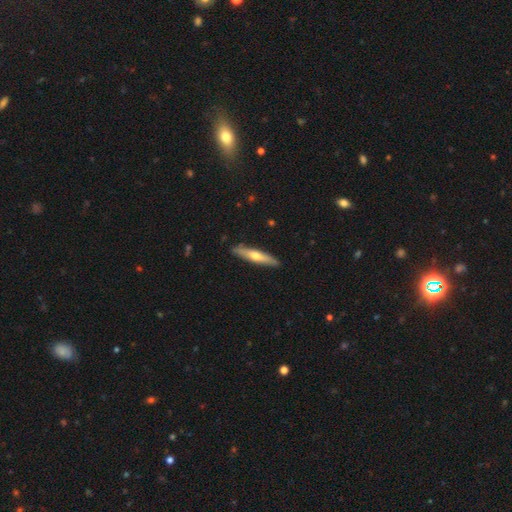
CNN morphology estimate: A featured or disk galaxy (49%).

Vote fractions:
- Smooth or featured? featured or disk: 49% / smooth: 46% / star or artifact: 5%
- Merging? none: 90% / minor disturbance: 8% / major disturbance: 1% / merger: 1%